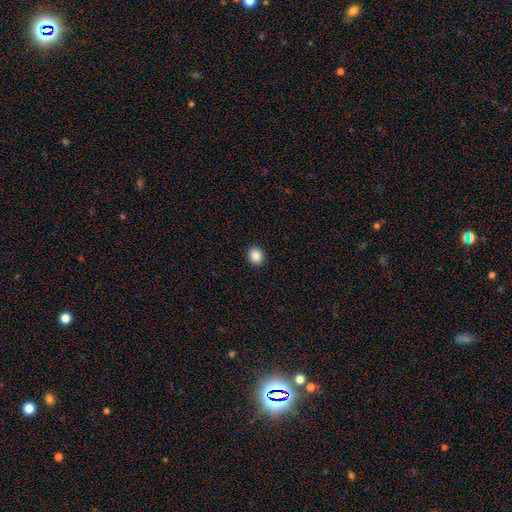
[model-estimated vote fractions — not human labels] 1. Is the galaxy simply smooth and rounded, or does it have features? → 87% smooth, 9% star or artifact, 4% featured or disk.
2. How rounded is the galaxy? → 75% round, 24% in between, 1% cigar-shaped.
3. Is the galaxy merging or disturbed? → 92% none, 5% minor disturbance, 2% major disturbance, 1% merger.